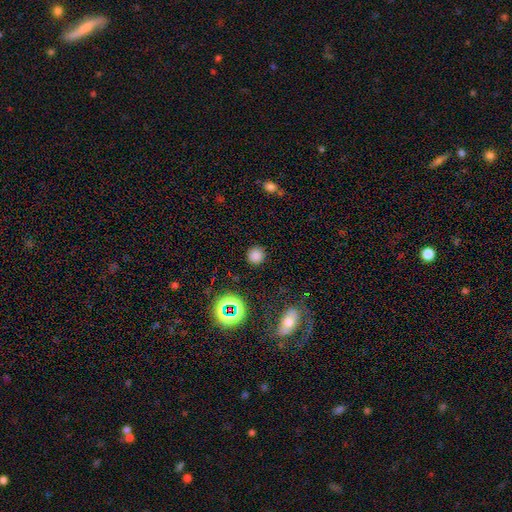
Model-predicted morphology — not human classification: smooth_or_featured: smooth (p=0.77) [alt: star or artifact p=0.18]
how_rounded: round (p=0.90) [alt: in between p=0.09]
merging: none (p=0.88) [alt: minor disturbance p=0.08]